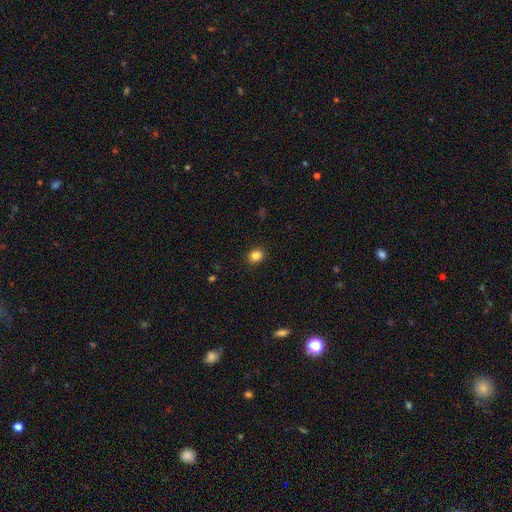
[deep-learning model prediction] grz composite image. It shows a smooth galaxy with no disk features (85%) that is round (60%). Merging: none (90%).